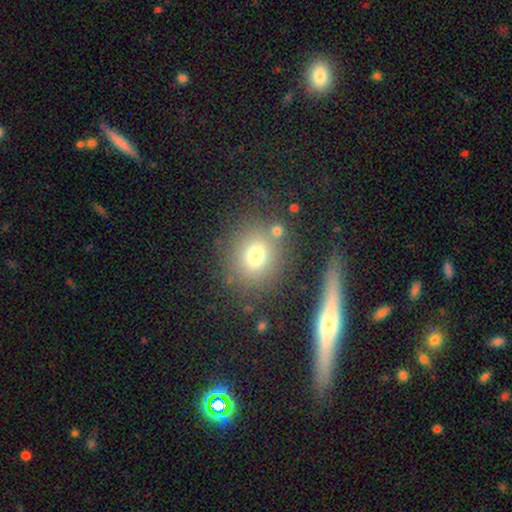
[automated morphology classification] Q: Smooth or featured?
A: smooth (73%); runner-up: star or artifact (14%)
Q: How rounded?
A: round (75%); runner-up: in between (23%)
Q: Merging?
A: none (74%); runner-up: minor disturbance (11%)